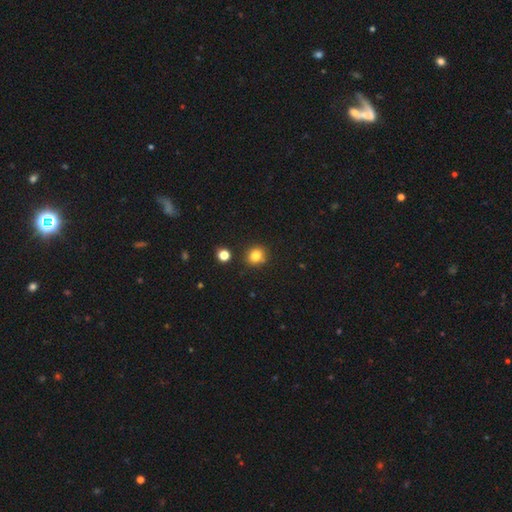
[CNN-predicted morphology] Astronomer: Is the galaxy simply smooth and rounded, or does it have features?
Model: smooth — 81%.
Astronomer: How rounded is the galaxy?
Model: round — 81%.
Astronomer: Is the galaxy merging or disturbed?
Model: none — 83%.